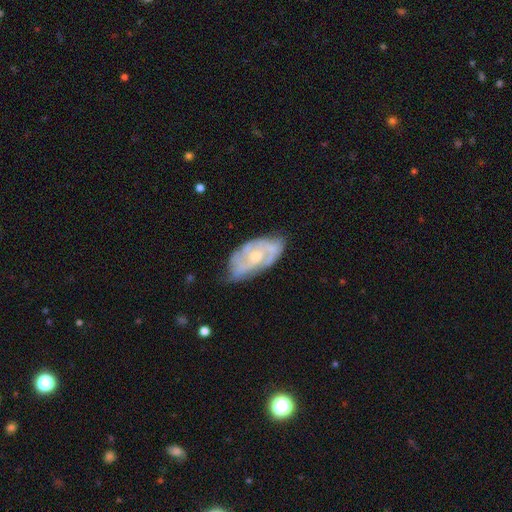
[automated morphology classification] A featured or disk galaxy (76%) with no bar (69%), 2 (35%) tight (44%) spiral arms (84%) and a moderate central bulge (49%).

Vote fractions:
- Smooth or featured? featured or disk: 76% / smooth: 18% / star or artifact: 6%
- Edge-on disk? no: 95% / yes: 5%
- Bar? no: 69% / weak: 27% / strong: 4%
- Spiral arms? yes: 84% / no: 16%
- Spiral winding? tight: 44% / medium: 42% / loose: 14%
- Spiral arm count? 2: 35% / can't tell: 33% / 3: 21% / 4: 5% / 1: 3% / more than 4: 3%
- Bulge size? moderate: 49% / small: 45% / none: 3% / large: 2% / dominant: 1%
- Merging? none: 60% / minor disturbance: 29% / major disturbance: 9% / merger: 2%